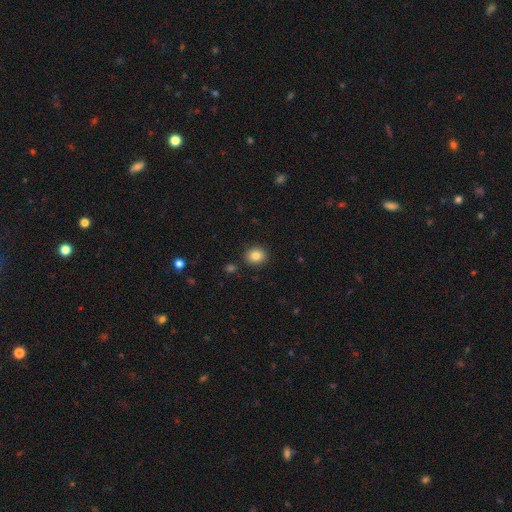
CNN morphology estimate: Overall: smooth (85%). How rounded: round (67%; in between 32%). Merging: none (89%).